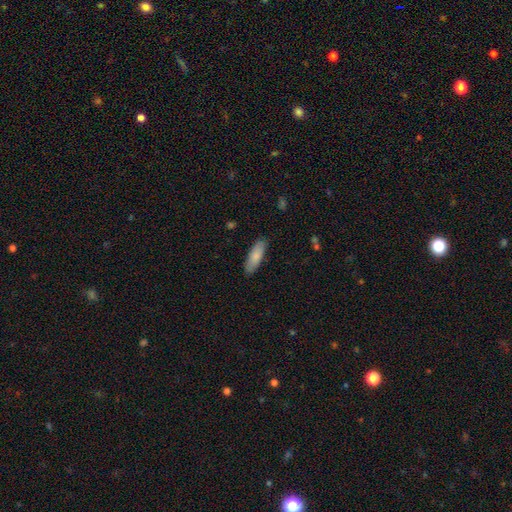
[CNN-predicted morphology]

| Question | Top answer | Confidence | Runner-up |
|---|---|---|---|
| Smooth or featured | smooth | 82% | featured or disk (12%) |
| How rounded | in between | 50% | cigar-shaped (48%) |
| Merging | none | 87% | minor disturbance (10%) |